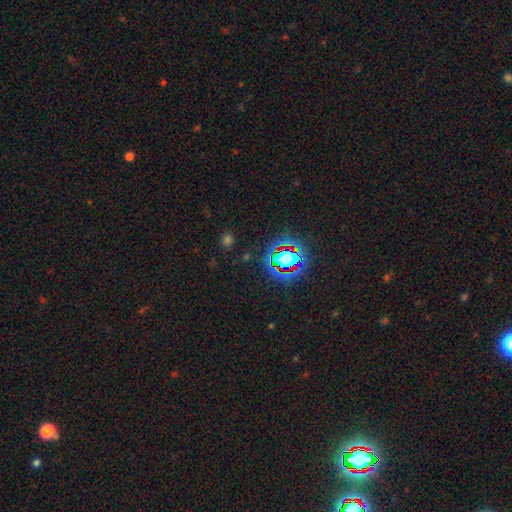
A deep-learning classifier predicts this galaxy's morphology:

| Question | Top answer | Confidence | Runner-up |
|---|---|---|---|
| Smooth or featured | star or artifact | 80% | smooth (12%) |